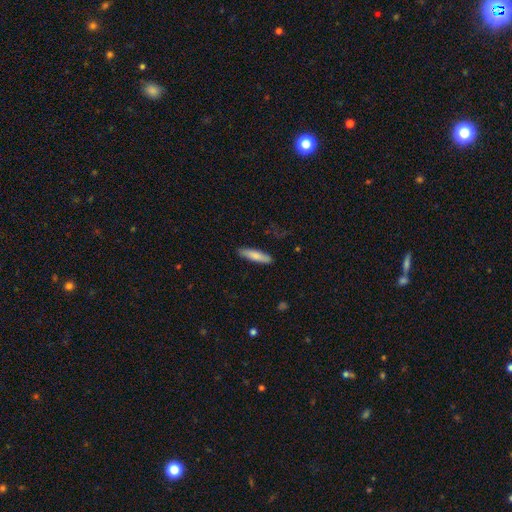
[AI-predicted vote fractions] Smooth or featured? Predicted: smooth (p=0.78). How rounded? Predicted: cigar-shaped (p=0.77). Merging? Predicted: none (p=0.86).